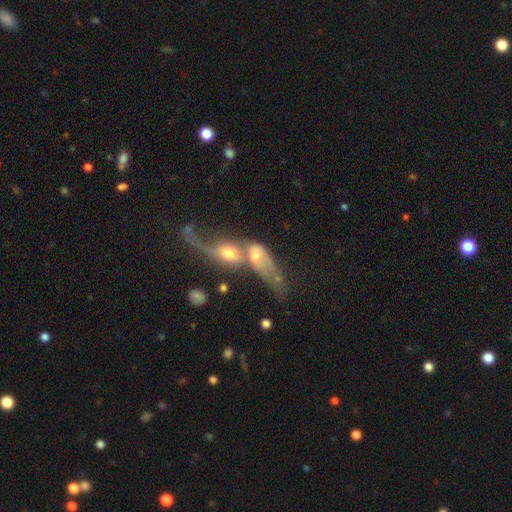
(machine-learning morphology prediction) The model was most divided on "smooth or featured": featured or disk: 45%, smooth: 44%, star or artifact: 11%. More confident: merging — merger (80%).